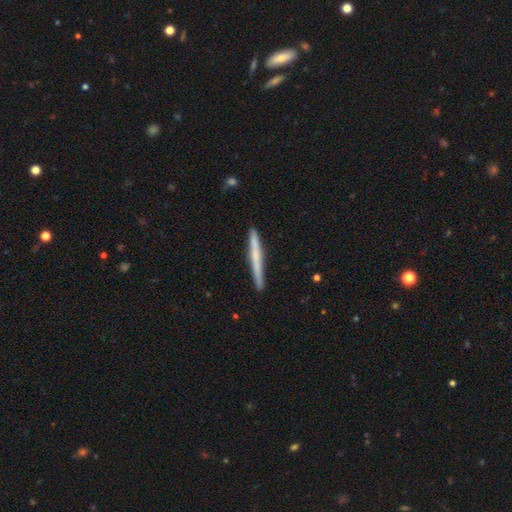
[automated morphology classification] A smooth galaxy with no disk features (49%). Merging: none (90%).